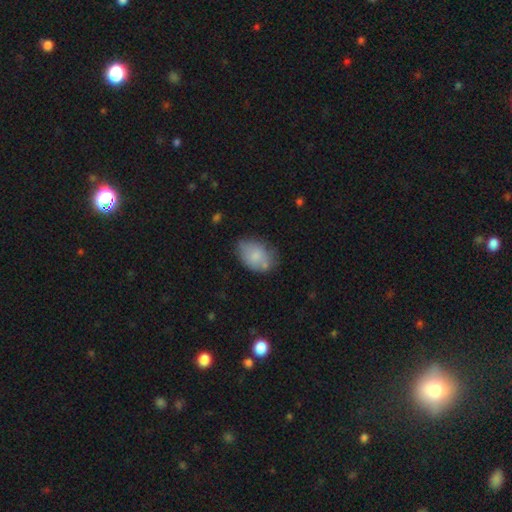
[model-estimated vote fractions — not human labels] A smooth galaxy with no disk features (76%) that is in between round and cigar-shaped (84%). Merging: none (56%).